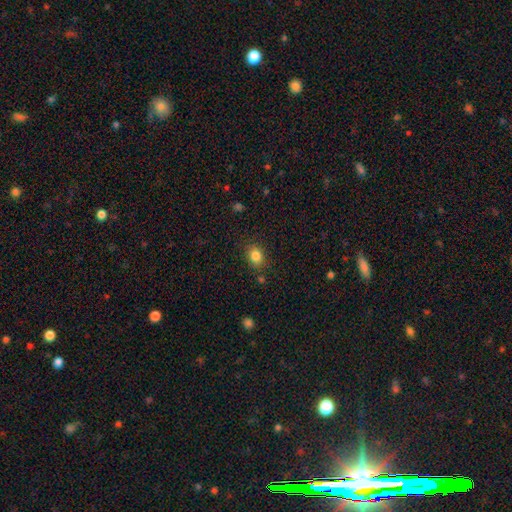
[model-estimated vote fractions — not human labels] A smooth galaxy with no disk features (85%) that is in between round and cigar-shaped (54%).

Vote fractions:
- Smooth or featured? smooth: 85% / star or artifact: 10% / featured or disk: 5%
- How rounded? in between: 54% / round: 45% / cigar-shaped: 1%
- Merging? none: 83% / minor disturbance: 11% / major disturbance: 3% / merger: 2%